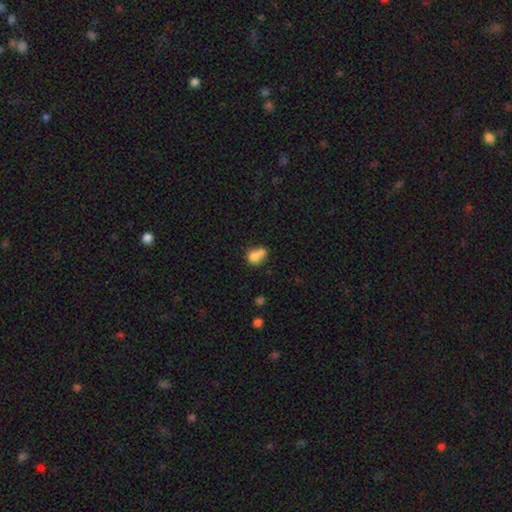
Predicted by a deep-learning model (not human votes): Smooth or featured? Predicted: smooth (p=0.73). How rounded? Predicted: round (p=0.55). Merging? Predicted: merger (p=0.60).